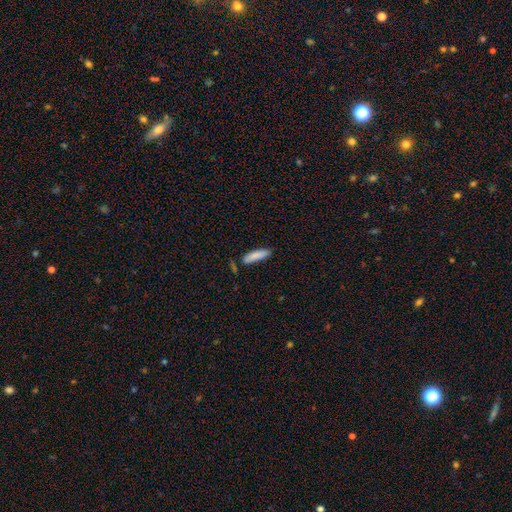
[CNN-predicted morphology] Smooth or featured: smooth — 85% (featured or disk — 9%)
How rounded: cigar-shaped — 73% (in between — 26%)
Merging: none — 74% (minor disturbance — 17%)